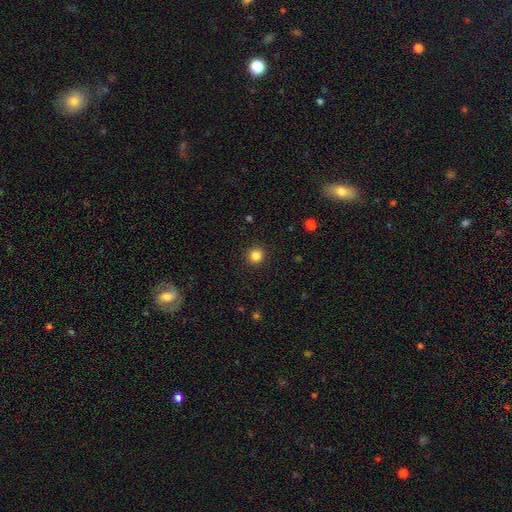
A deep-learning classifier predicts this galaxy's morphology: The model was most divided on "smooth or featured": smooth: 84%, star or artifact: 12%, featured or disk: 4%. More confident: how rounded — round (94%); merging — none (92%).